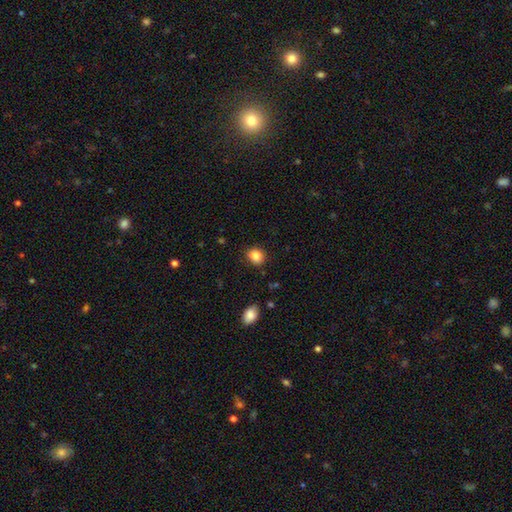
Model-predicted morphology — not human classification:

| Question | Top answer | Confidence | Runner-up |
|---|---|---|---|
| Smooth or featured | smooth | 86% | star or artifact (10%) |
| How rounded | round | 57% | in between (42%) |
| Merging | none | 83% | minor disturbance (12%) |